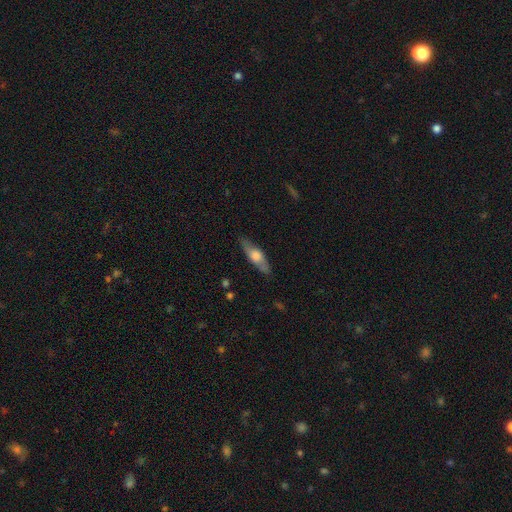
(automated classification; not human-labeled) smooth_or_featured: smooth (p=0.50) [alt: featured or disk p=0.44]
merging: none (p=0.83) [alt: minor disturbance p=0.13]